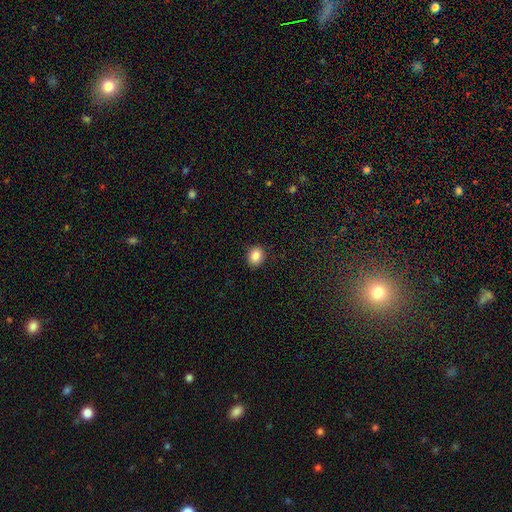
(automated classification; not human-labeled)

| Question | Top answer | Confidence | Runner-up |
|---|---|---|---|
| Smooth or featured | smooth | 86% | star or artifact (9%) |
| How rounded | round | 66% | in between (33%) |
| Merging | none | 90% | minor disturbance (7%) |